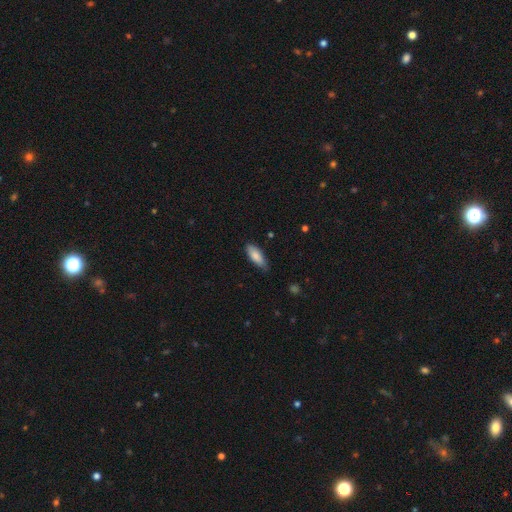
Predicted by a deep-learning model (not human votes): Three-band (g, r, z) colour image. It shows a smooth galaxy with no disk features (84%) that is in between round and cigar-shaped (72%). Merging: none (74%).